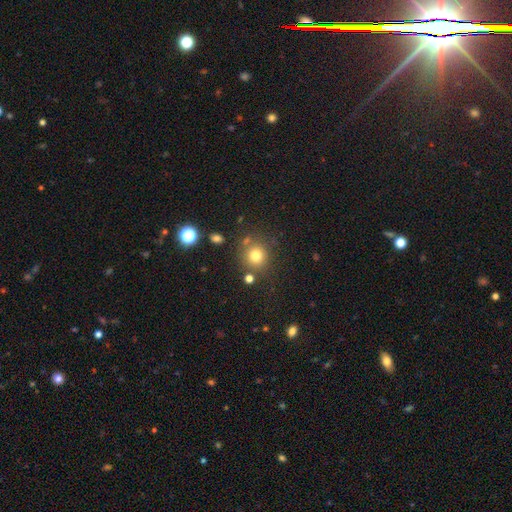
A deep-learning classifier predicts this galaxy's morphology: The model was most divided on "smooth or featured": smooth: 78%, star or artifact: 14%, featured or disk: 8%. More confident: how rounded — round (90%); merging — none (78%).